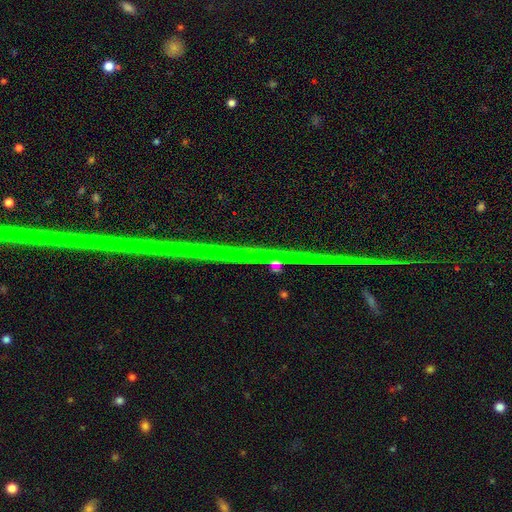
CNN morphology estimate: Smooth or featured? Predicted: star or artifact (p=0.85).